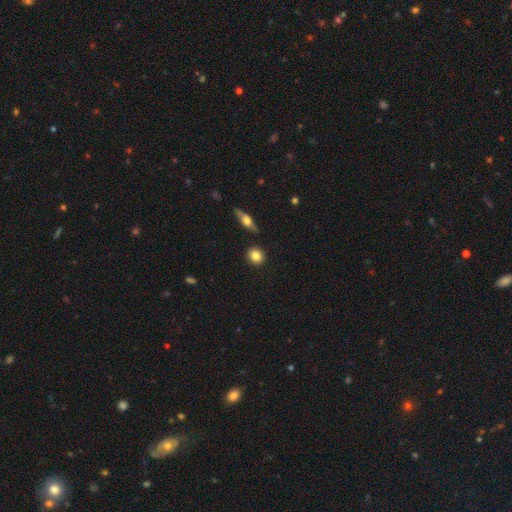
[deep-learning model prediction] This appears to be a smooth galaxy with no disk features (84%) that is round (84%). Merging: none (88%).